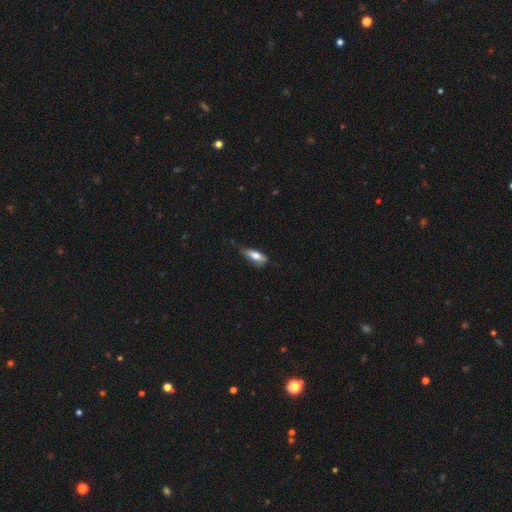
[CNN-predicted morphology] This is likely a smooth galaxy (75%). How rounded: likely in between (73%). Merging: possibly none (49%).